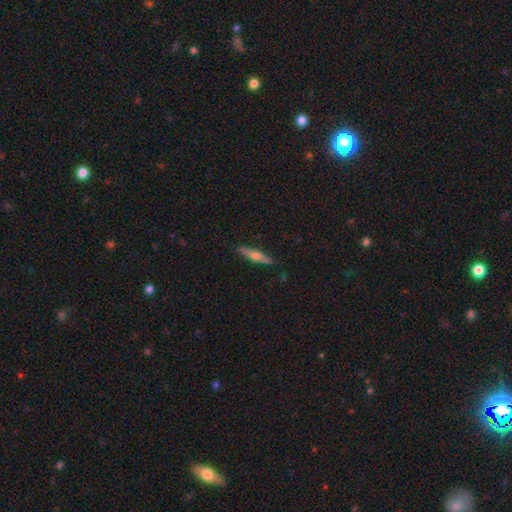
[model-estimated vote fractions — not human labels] featured or disk 48%, smooth 46%, star or artifact 6%. Down the decision tree: merging — none (89%).